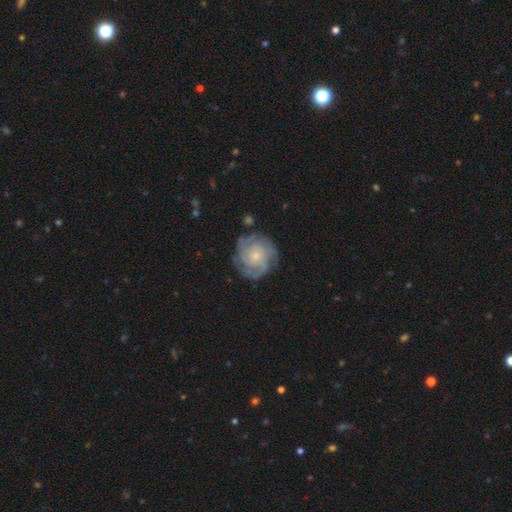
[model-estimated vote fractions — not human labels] Smooth or featured? Predicted: featured or disk (p=0.80). Edge-on disk? Predicted: no (p=0.98). Bar? Predicted: no (p=0.79). Spiral arms? Predicted: yes (p=0.94). Spiral winding? Predicted: tight (p=0.65). Spiral arm count? Predicted: can't tell (p=0.28). Bulge size? Predicted: small (p=0.70). Merging? Predicted: none (p=0.77).